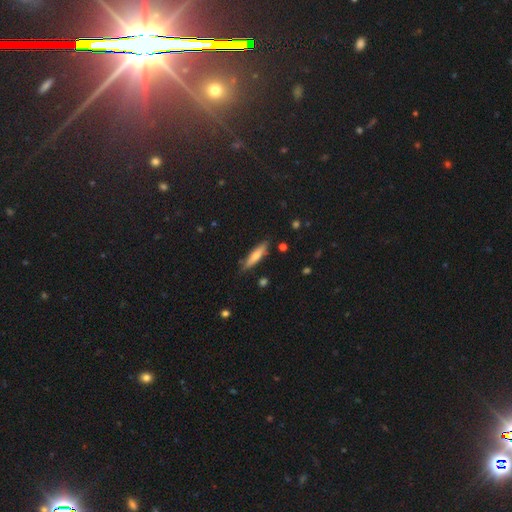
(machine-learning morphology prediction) smooth_or_featured: smooth (p=0.64) [alt: featured or disk p=0.30]
how_rounded: cigar-shaped (p=0.79) [alt: in between p=0.19]
merging: none (p=0.84) [alt: minor disturbance p=0.12]